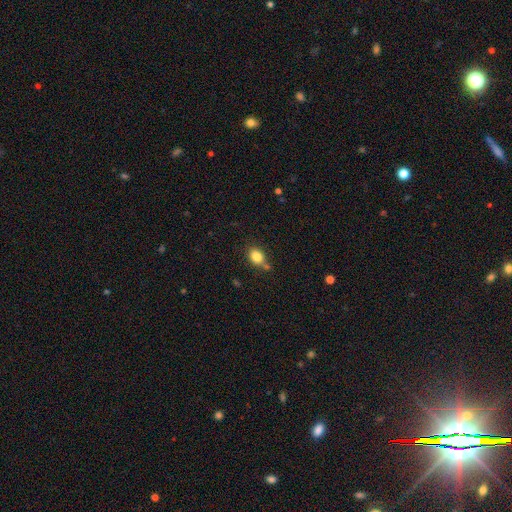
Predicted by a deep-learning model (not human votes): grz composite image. It shows a smooth galaxy with no disk features (84%) that is in between round and cigar-shaped (63%). Merging: none (65%).